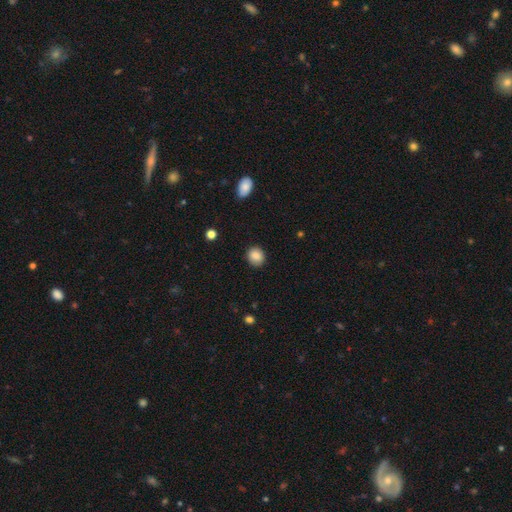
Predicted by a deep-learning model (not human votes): smooth-or-featured: smooth: 87% | star or artifact: 8% | featured or disk: 4%
  how-rounded: round: 77% | in between: 22% | cigar-shaped: 1%
  merging: none: 88% | minor disturbance: 8% | major disturbance: 2% | merger: 1%